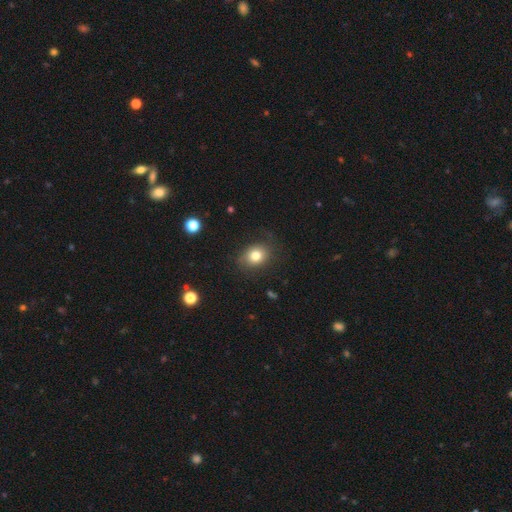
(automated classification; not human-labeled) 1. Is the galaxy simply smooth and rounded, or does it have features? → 78% smooth, 11% featured or disk, 11% star or artifact.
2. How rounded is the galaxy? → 51% round, 48% in between, 1% cigar-shaped.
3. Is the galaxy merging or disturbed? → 76% none, 16% minor disturbance, 6% major disturbance, 1% merger.